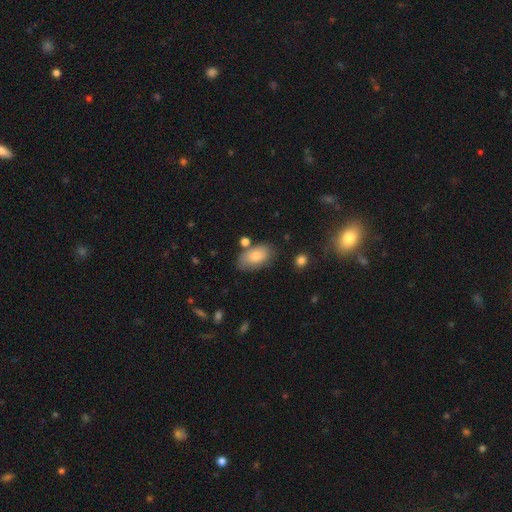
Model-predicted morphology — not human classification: smooth_or_featured: smooth (p=0.80) [alt: featured or disk p=0.13]
how_rounded: in between (p=0.93) [alt: round p=0.05]
merging: none (p=0.71) [alt: minor disturbance p=0.18]